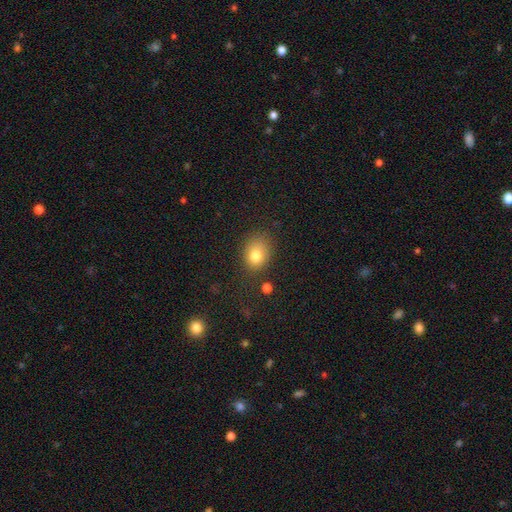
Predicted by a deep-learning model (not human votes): Q: Smooth or featured?
A: smooth (78%); runner-up: star or artifact (12%)
Q: How rounded?
A: in between (50%); runner-up: round (49%)
Q: Merging?
A: none (71%); runner-up: minor disturbance (19%)